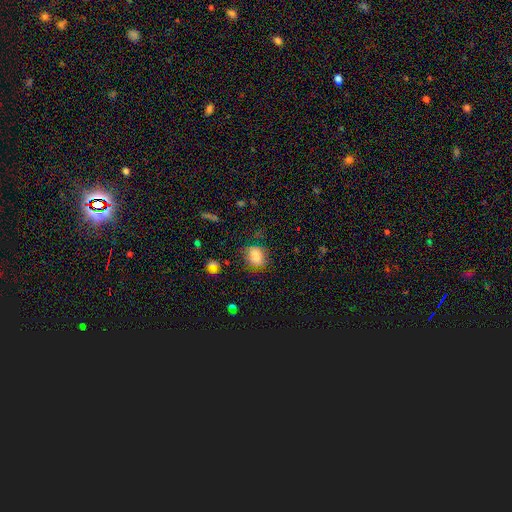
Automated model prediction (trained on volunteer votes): Smooth or featured? smooth (80%)
How rounded? round (56%)
Merging? none (71%)